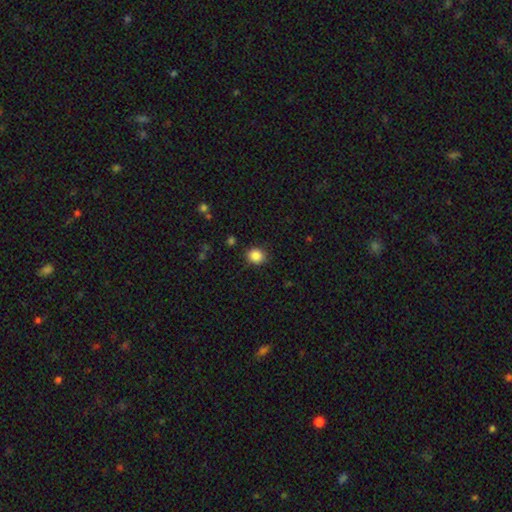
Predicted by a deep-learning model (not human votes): smooth-or-featured: smooth: 87% | star or artifact: 10% | featured or disk: 4%
  how-rounded: round: 71% | in between: 28% | cigar-shaped: 1%
  merging: none: 87% | minor disturbance: 9% | major disturbance: 2% | merger: 1%